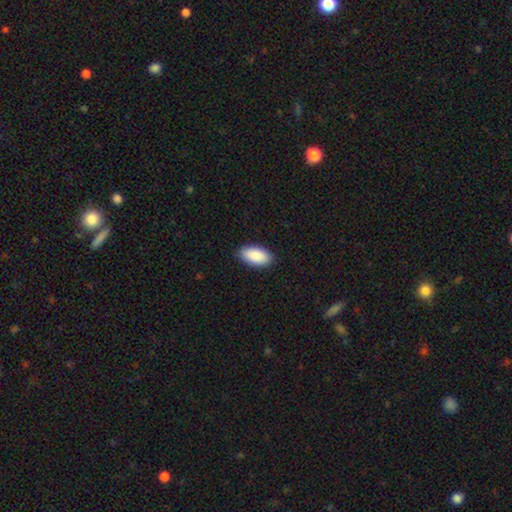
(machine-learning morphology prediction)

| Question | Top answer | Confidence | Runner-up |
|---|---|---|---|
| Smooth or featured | smooth | 88% | star or artifact (6%) |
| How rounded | in between | 95% | cigar-shaped (3%) |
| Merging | none | 87% | minor disturbance (10%) |